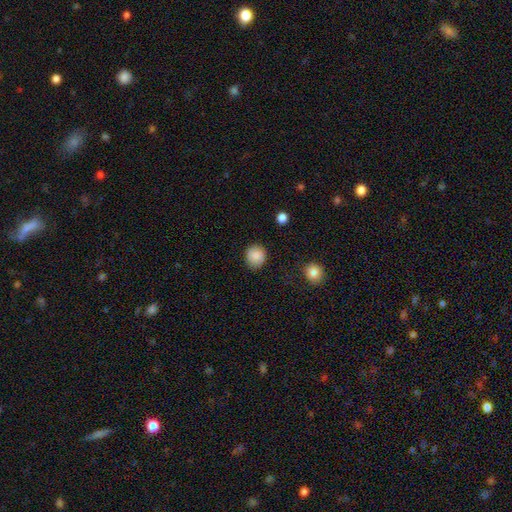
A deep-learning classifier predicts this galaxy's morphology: type=smooth (85%); roundness=round (86%); merging=none (87%).